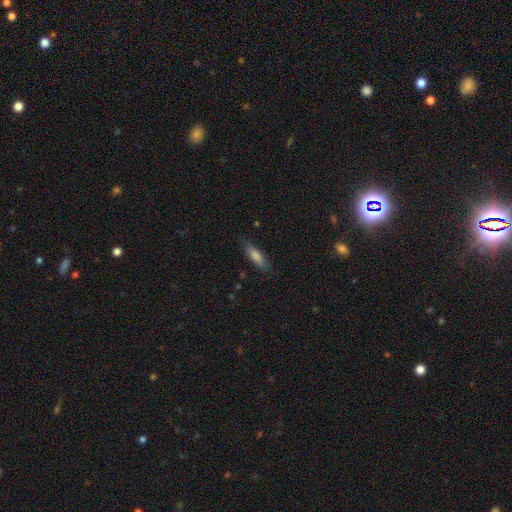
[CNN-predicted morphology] Overall: smooth (68%). How rounded: cigar-shaped (61%; in between 37%). Merging: none (82%).